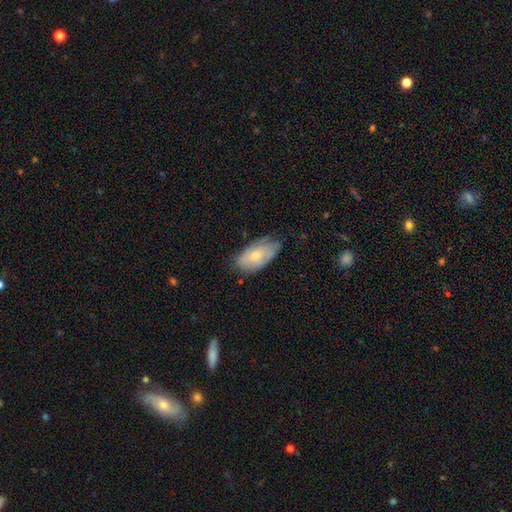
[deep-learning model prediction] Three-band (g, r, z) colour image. It shows a smooth galaxy with no disk features (59%) that is in between round and cigar-shaped (93%). Merging: none (59%).